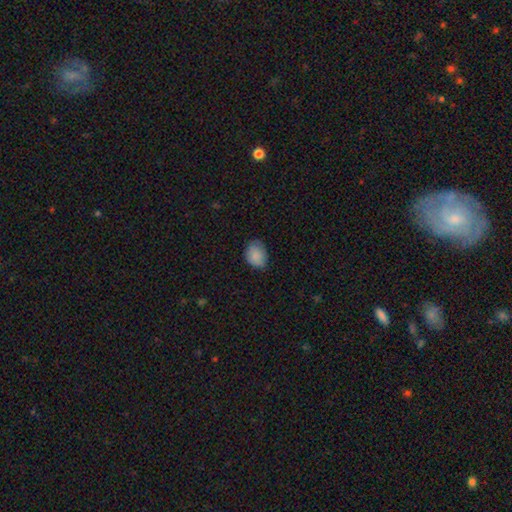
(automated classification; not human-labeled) A smooth galaxy with no disk features (85%) that is in between round and cigar-shaped (58%). Merging: none (68%).